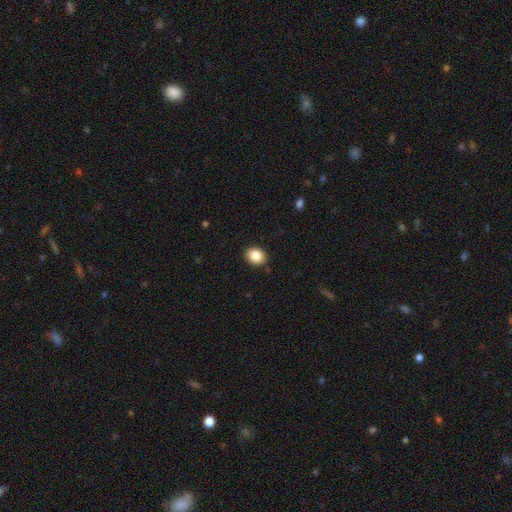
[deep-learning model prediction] smooth_or_featured: smooth (p=0.86) [alt: star or artifact p=0.09]
how_rounded: round (p=0.55) [alt: in between p=0.44]
merging: none (p=0.90) [alt: minor disturbance p=0.07]